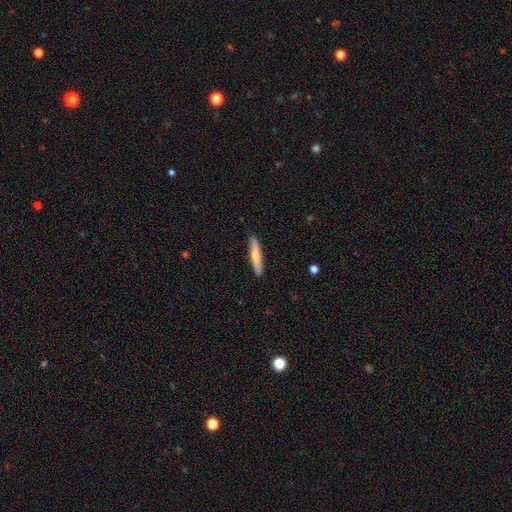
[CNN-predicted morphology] This appears to be a smooth galaxy with no disk features (66%) that is cigar-shaped (91%). Merging: none (89%).